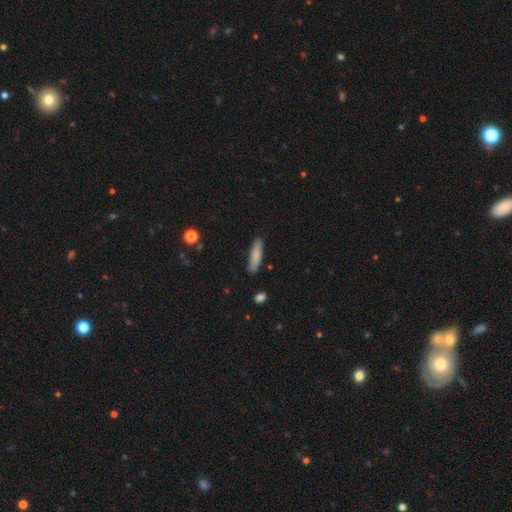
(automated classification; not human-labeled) Overall: smooth (82%). How rounded: cigar-shaped (73%). Merging: none (83%).